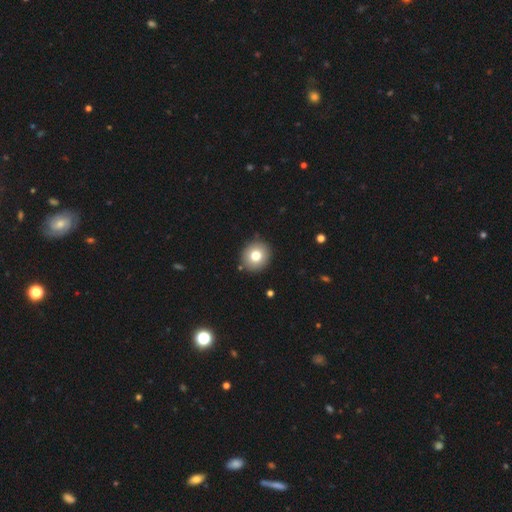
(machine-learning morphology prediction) type=smooth (77%); roundness=round (85%); merging=none (90%).